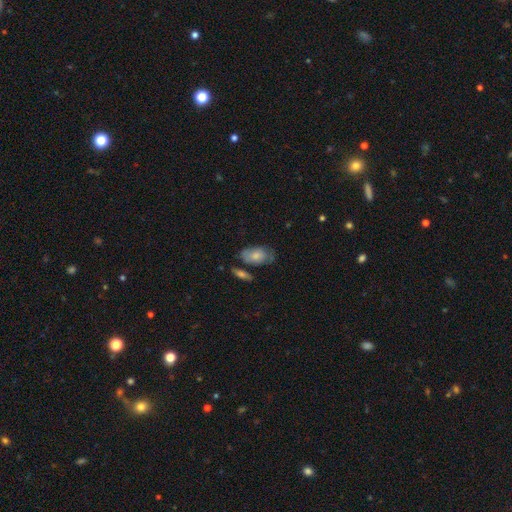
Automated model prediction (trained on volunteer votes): Q: Smooth or featured?
A: smooth (68%); runner-up: featured or disk (26%)
Q: How rounded?
A: in between (89%); runner-up: round (9%)
Q: Merging?
A: none (51%); runner-up: minor disturbance (28%)